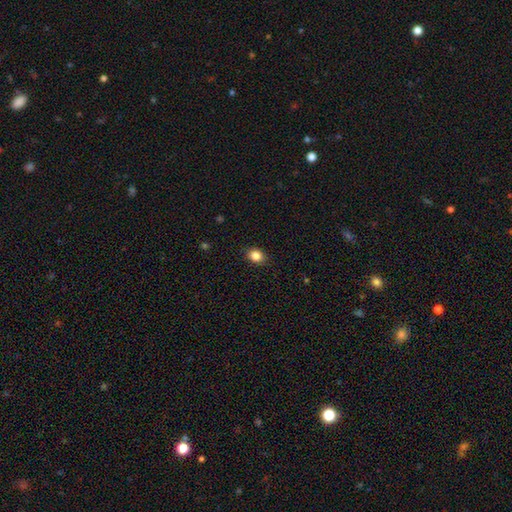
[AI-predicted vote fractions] Q: Smooth or featured?
A: smooth (85%); runner-up: star or artifact (10%)
Q: How rounded?
A: round (53%); runner-up: in between (46%)
Q: Merging?
A: none (88%); runner-up: minor disturbance (9%)